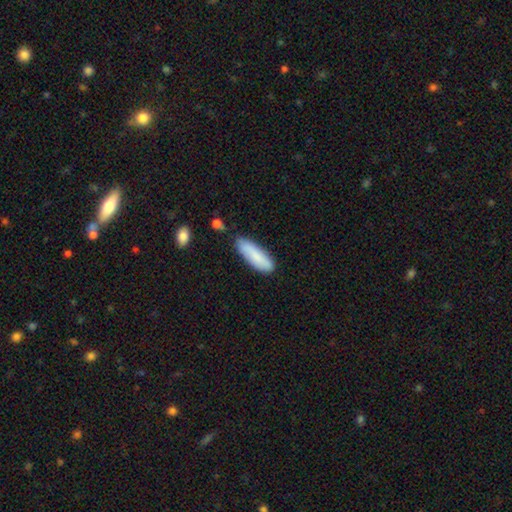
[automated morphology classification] Q: Smooth or featured?
A: smooth (82%); runner-up: featured or disk (12%)
Q: How rounded?
A: cigar-shaped (50%); runner-up: in between (49%)
Q: Merging?
A: none (75%); runner-up: minor disturbance (18%)